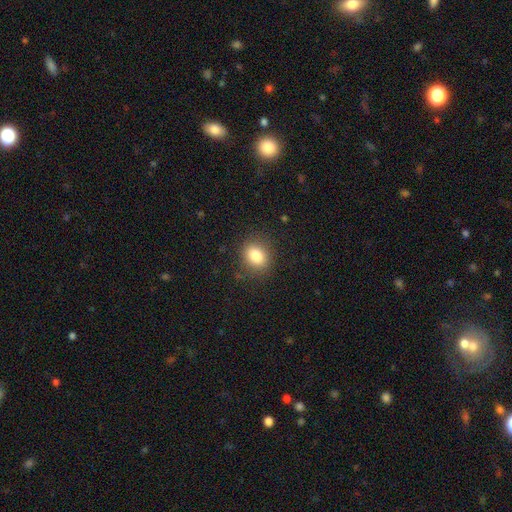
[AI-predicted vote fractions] A smooth galaxy with no disk features (85%) that is in between round and cigar-shaped (53%). Merging: none (84%).